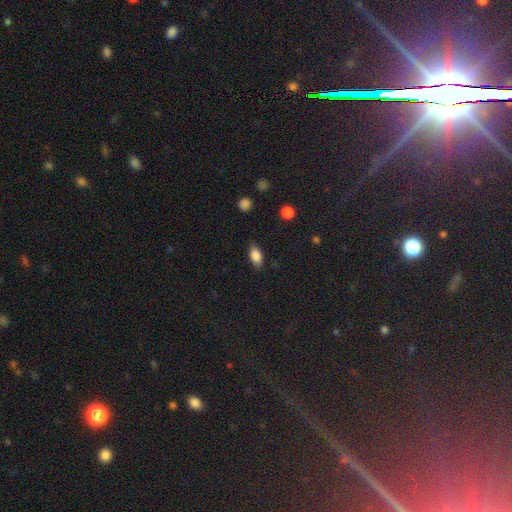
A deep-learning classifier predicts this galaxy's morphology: Smooth or featured?
  - smooth: 83% *
  - star or artifact: 8%
  - featured or disk: 8%
How rounded?
  - in between: 88% *
  - cigar-shaped: 6%
  - round: 5%
Merging?
  - none: 83% *
  - minor disturbance: 13%
  - major disturbance: 3%
  - merger: 1%